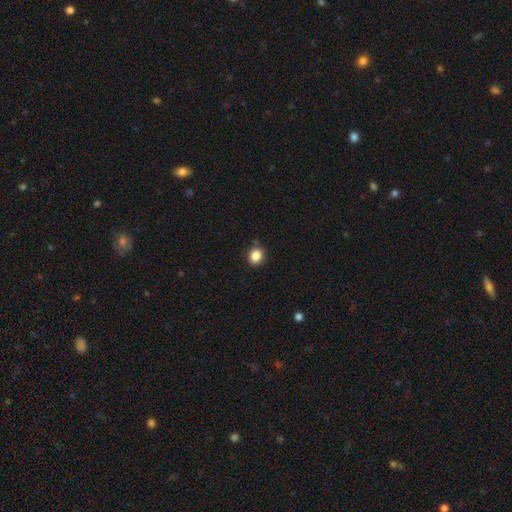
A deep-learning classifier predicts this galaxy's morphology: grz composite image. It shows a smooth galaxy with no disk features (86%) that is round (68%). Merging: none (86%).